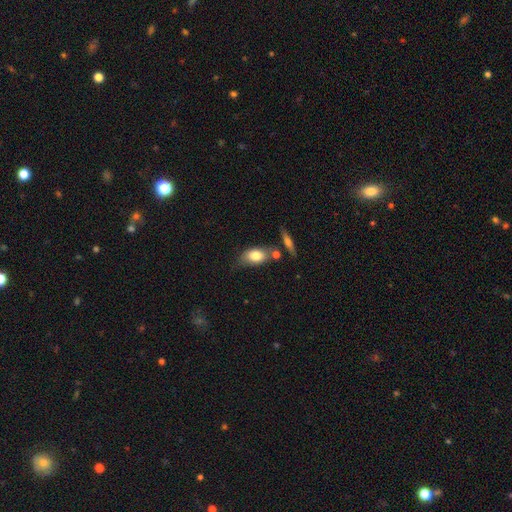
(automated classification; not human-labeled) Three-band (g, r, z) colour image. It shows a smooth galaxy with no disk features (77%) that is in between round and cigar-shaped (84%). Merging: none (56%).